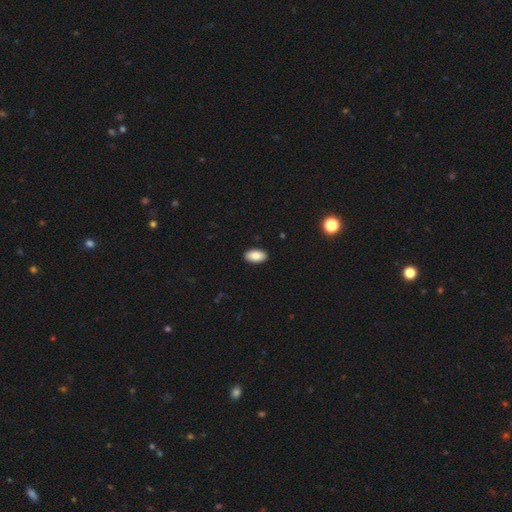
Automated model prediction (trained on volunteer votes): smooth_or_featured: smooth (p=0.87) [alt: star or artifact p=0.07]
how_rounded: in between (p=0.94) [alt: round p=0.03]
merging: none (p=0.91) [alt: minor disturbance p=0.07]